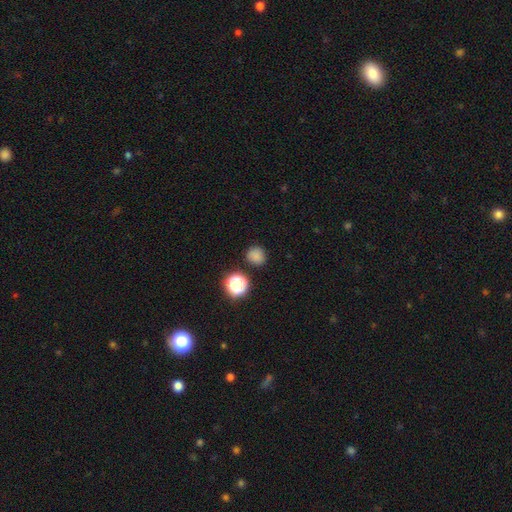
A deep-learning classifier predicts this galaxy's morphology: smooth-or-featured: smooth: 79% | star or artifact: 17% | featured or disk: 5%
  how-rounded: round: 88% | in between: 11% | cigar-shaped: 1%
  merging: none: 84% | minor disturbance: 9% | merger: 4% | major disturbance: 3%